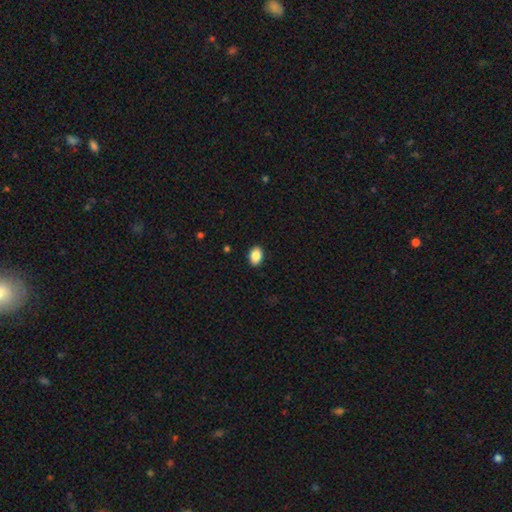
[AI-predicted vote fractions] Smooth or featured? smooth (88%)
How rounded? in between (78%)
Merging? none (90%)